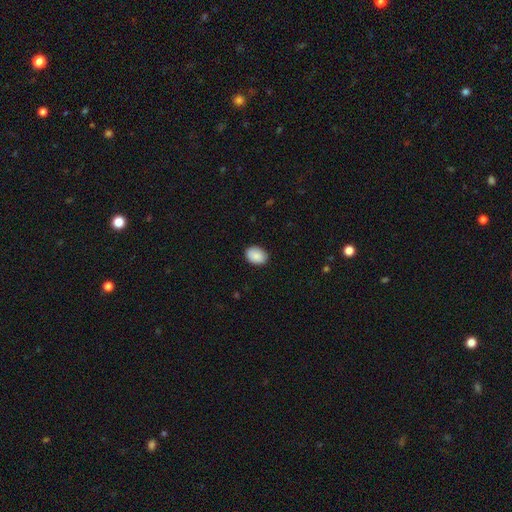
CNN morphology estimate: A smooth galaxy with no disk features (89%) that is in between round and cigar-shaped (77%). Merging: none (87%).